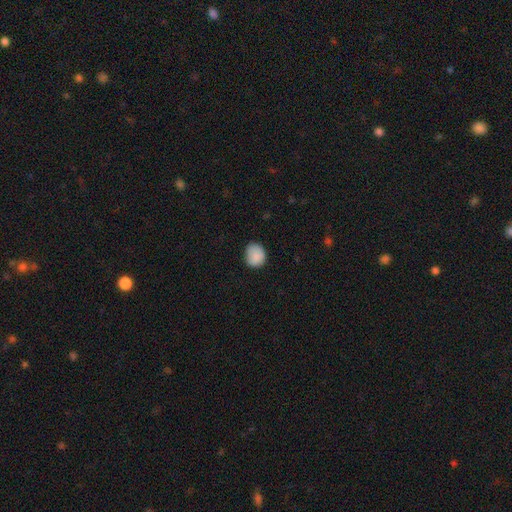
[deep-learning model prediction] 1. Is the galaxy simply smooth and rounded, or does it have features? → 87% smooth, 8% star or artifact, 5% featured or disk.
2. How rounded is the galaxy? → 73% round, 26% in between, 1% cigar-shaped.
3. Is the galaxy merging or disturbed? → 76% none, 19% minor disturbance, 3% major disturbance, 1% merger.